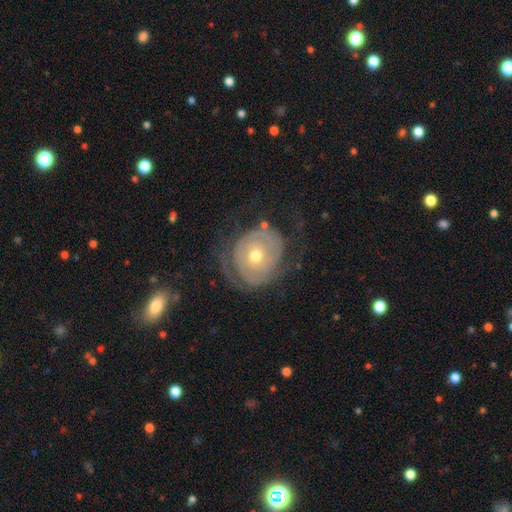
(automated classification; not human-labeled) Morphology: type=featured or disk (78%); edge-on=no (96%); bar=no (81%); spiral arms=yes (82%); winding=tight (69%); arm count=2 (38%); bulge=moderate (56%); merging=none (60%).